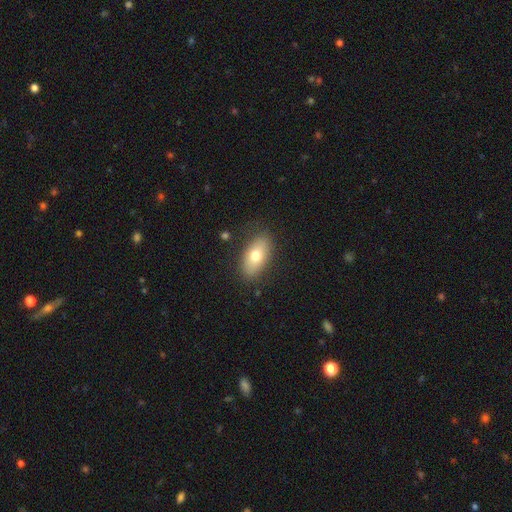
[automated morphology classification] type=smooth (72%); roundness=in between (90%); merging=none (83%).